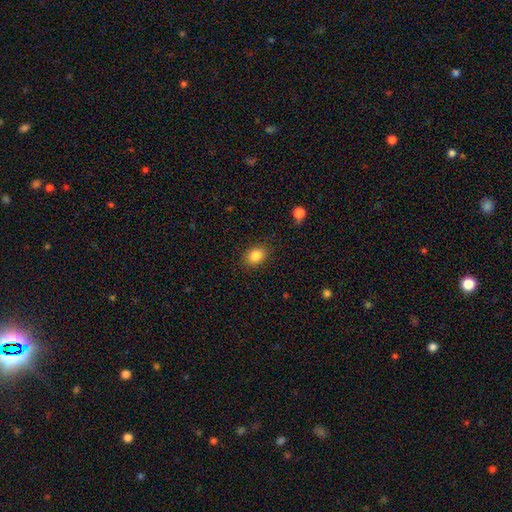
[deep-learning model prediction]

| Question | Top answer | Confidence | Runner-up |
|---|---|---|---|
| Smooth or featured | smooth | 85% | star or artifact (10%) |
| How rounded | in between | 58% | round (41%) |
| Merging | none | 86% | minor disturbance (10%) |